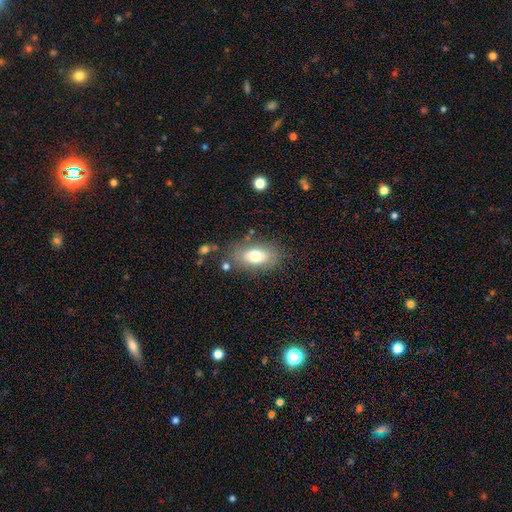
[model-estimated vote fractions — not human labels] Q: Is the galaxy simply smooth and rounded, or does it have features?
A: smooth — 63%.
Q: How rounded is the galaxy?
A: in between — 86%.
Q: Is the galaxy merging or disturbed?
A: none — 77%.